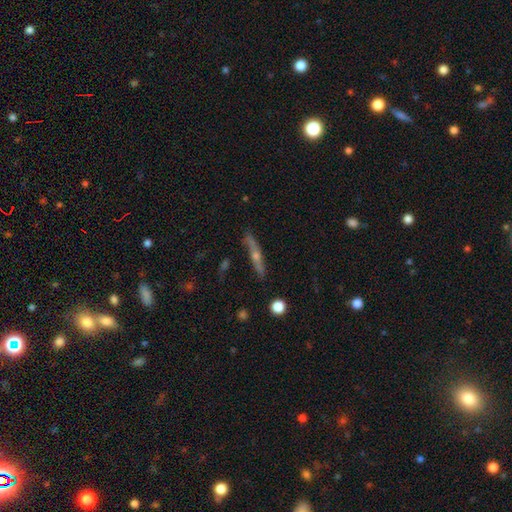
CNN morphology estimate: Overall: featured or disk (62%; smooth 30%). Edge-on disk: yes (91%). Edge-on bulge: rounded (84%). Merging: none (82%).